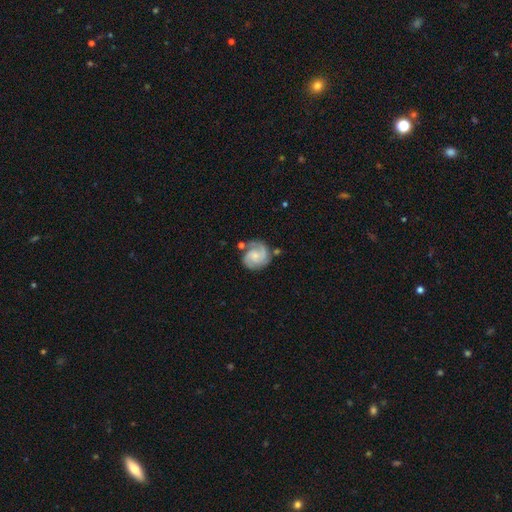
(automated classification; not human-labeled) This appears to be a featured or disk galaxy (78%) with no bar (64%), 2 (51%) tight (48%) spiral arms (96%) and a small central bulge (56%). Merging: none (65%).